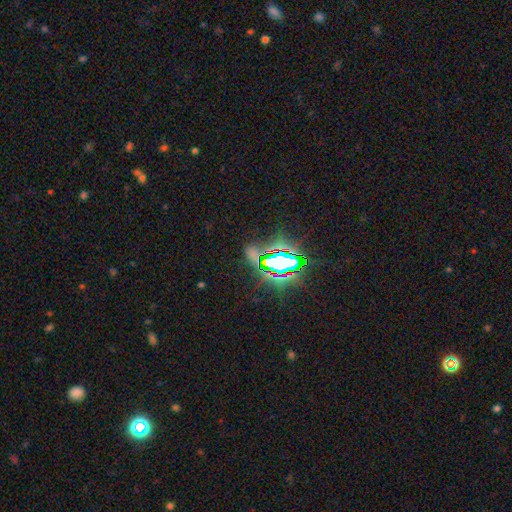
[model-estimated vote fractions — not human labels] This appears to be a star or artifact, not a galaxy (75%).